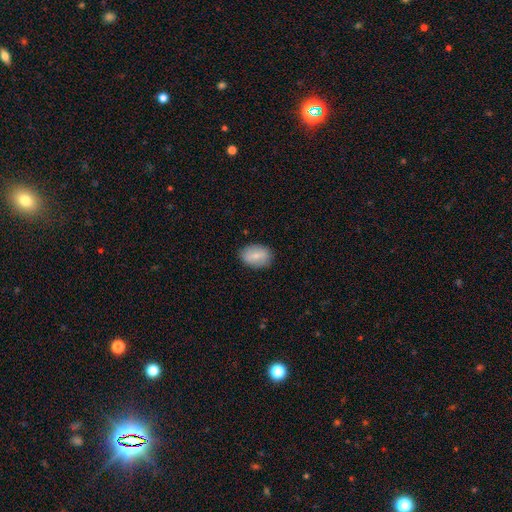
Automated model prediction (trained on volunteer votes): smooth 70%, featured or disk 23%, star or artifact 7%. Down the decision tree: how rounded — in between (82%); merging — none (85%).